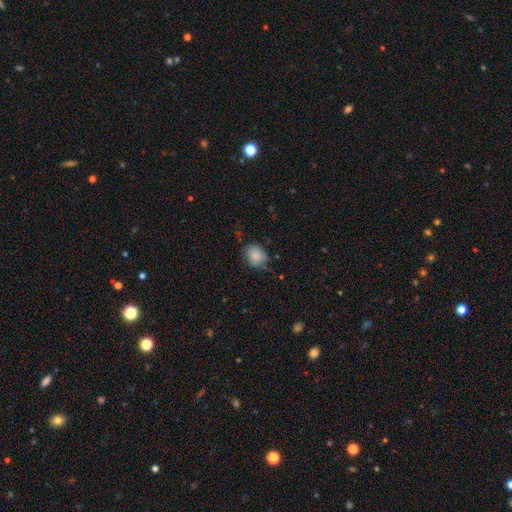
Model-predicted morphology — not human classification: Smooth or featured: smooth — 84% (star or artifact — 8%)
How rounded: round — 55% (in between — 44%)
Merging: none — 65% (minor disturbance — 27%)